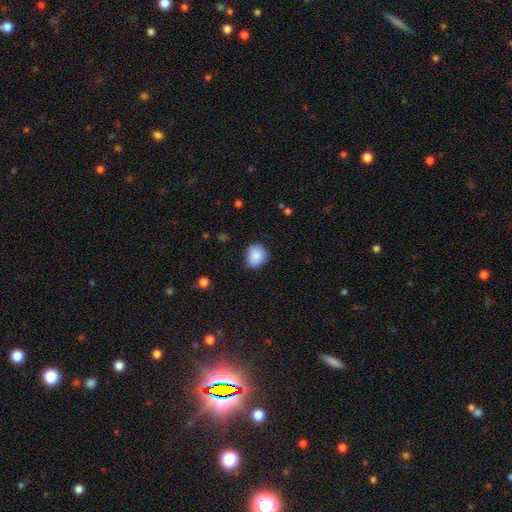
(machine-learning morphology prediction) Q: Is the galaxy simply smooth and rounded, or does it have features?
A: smooth — 86%.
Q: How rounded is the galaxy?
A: round — 67%.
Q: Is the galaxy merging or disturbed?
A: none — 70%.